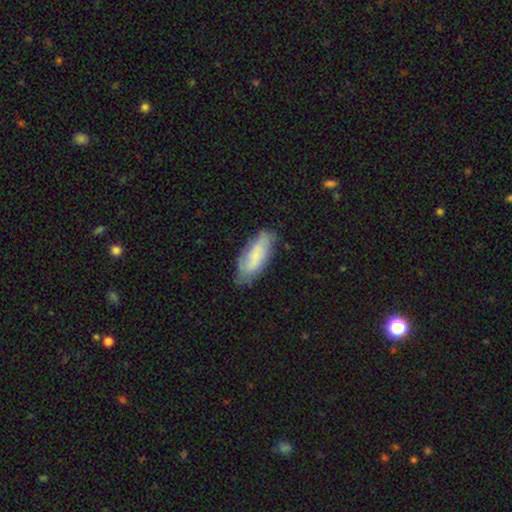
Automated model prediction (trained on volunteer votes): Morphology: type=smooth (55%); roundness=in between (77%); merging=none (70%).